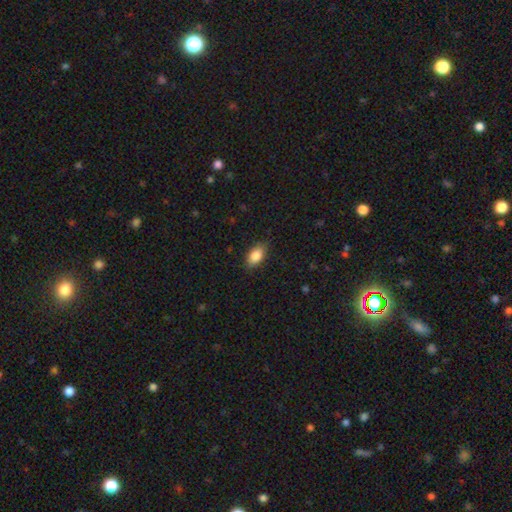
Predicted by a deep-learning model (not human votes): Smooth or featured? smooth (86%)
How rounded? in between (91%)
Merging? none (85%)